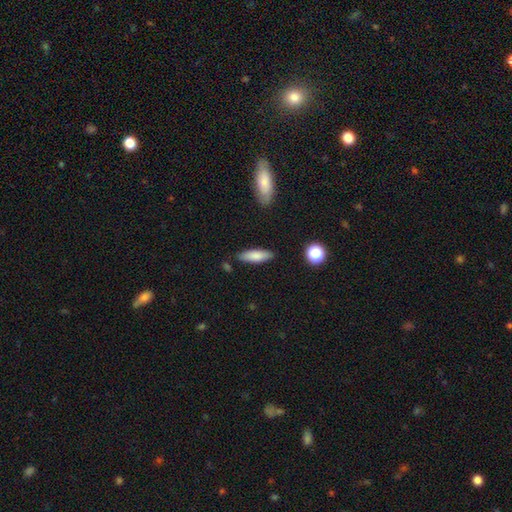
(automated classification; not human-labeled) Q: Smooth or featured?
A: smooth (81%); runner-up: featured or disk (12%)
Q: How rounded?
A: in between (51%); runner-up: cigar-shaped (47%)
Q: Merging?
A: none (84%); runner-up: minor disturbance (11%)